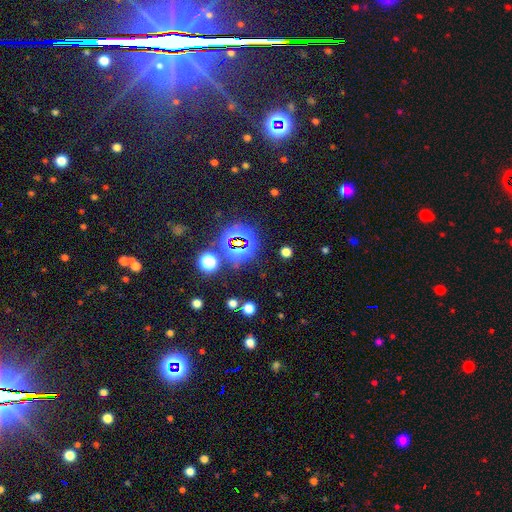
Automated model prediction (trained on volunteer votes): star or artifact 81%, smooth 10%, featured or disk 8%.